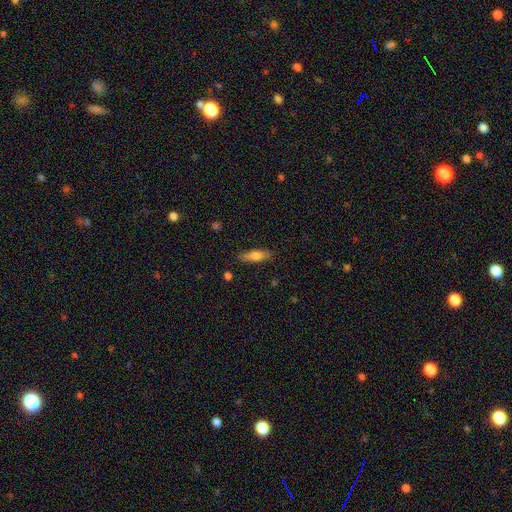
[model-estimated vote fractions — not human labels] Smooth or featured? smooth (66%)
How rounded? cigar-shaped (56%)
Merging? none (85%)